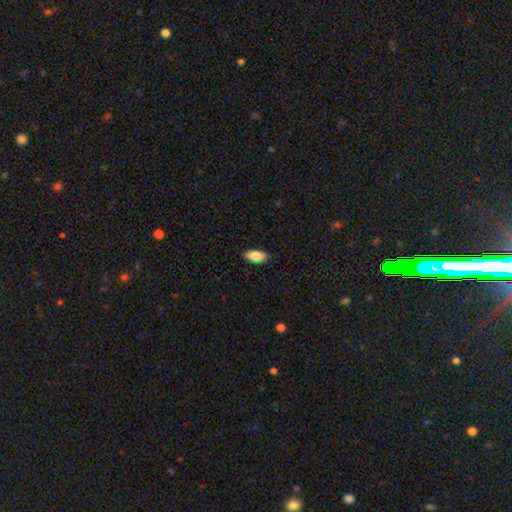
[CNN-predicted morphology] Smooth or featured: smooth — 86% (featured or disk — 7%)
How rounded: in between — 89% (cigar-shaped — 8%)
Merging: none — 86% (minor disturbance — 11%)